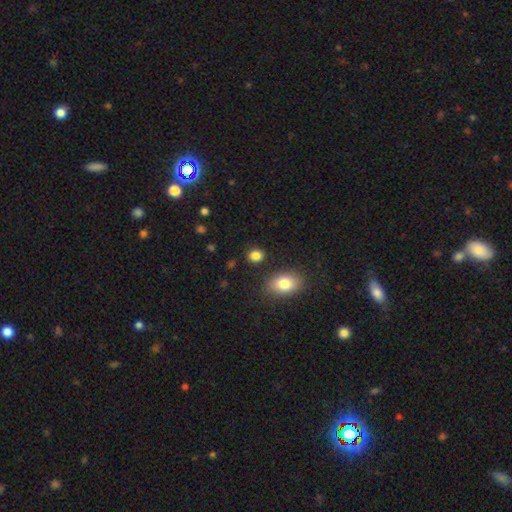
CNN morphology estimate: This is clearly a smooth galaxy (85%). How rounded: possibly round (50%). Merging: clearly none (85%).